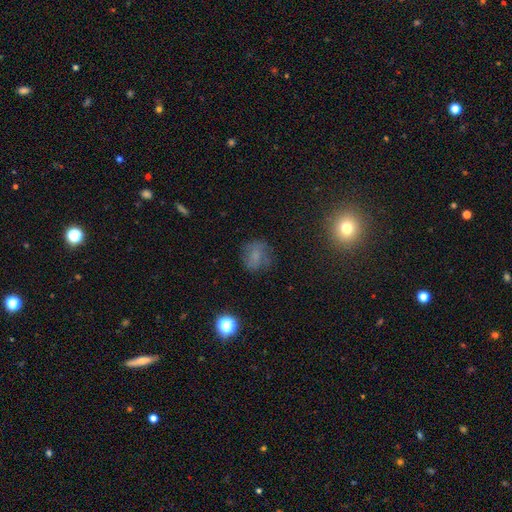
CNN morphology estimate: Smooth or featured? Predicted: smooth (p=0.59). How rounded? Predicted: round (p=0.71). Merging? Predicted: none (p=0.64).